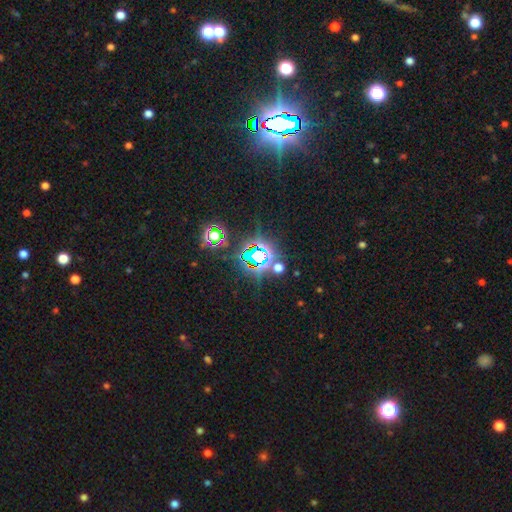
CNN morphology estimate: smooth_or_featured: star or artifact (p=0.77) [alt: smooth p=0.14]